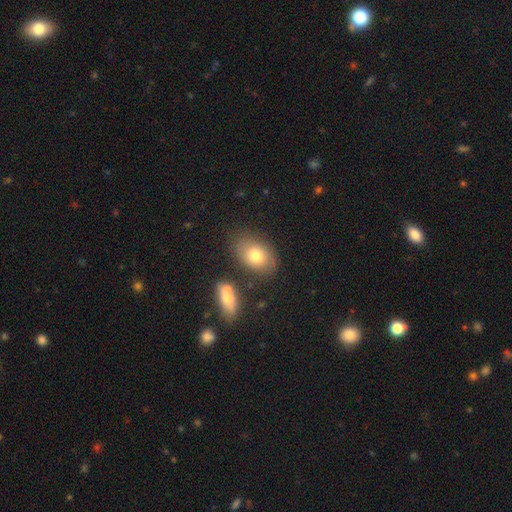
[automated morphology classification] Smooth or featured: smooth — 74% (featured or disk — 16%)
How rounded: in between — 77% (round — 22%)
Merging: none — 75% (minor disturbance — 14%)